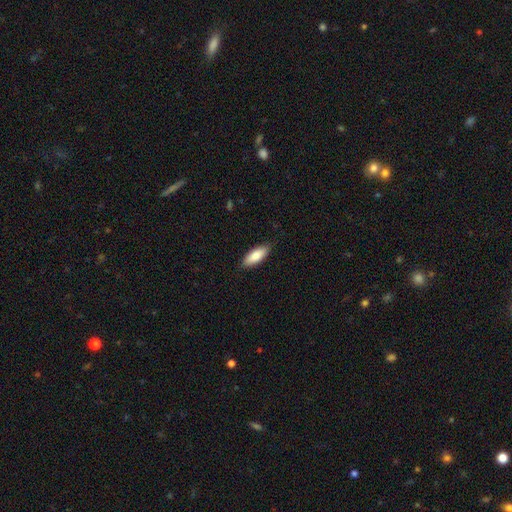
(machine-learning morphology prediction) Q: Smooth or featured?
A: smooth (82%); runner-up: featured or disk (12%)
Q: How rounded?
A: in between (68%); runner-up: cigar-shaped (30%)
Q: Merging?
A: none (86%); runner-up: minor disturbance (11%)